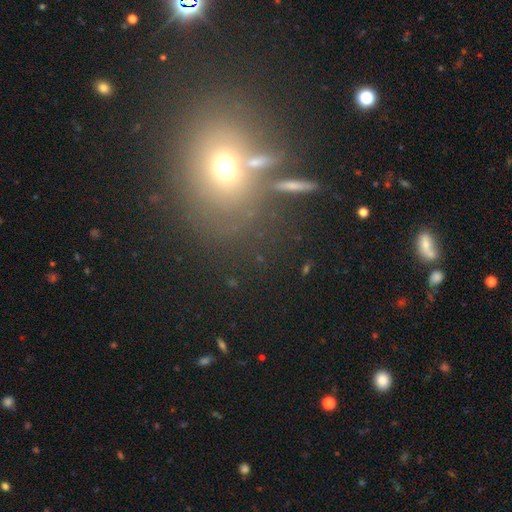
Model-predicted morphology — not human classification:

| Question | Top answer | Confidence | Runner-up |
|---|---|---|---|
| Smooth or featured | smooth | 48% | star or artifact (37%) |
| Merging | none | 71% | merger (11%) |